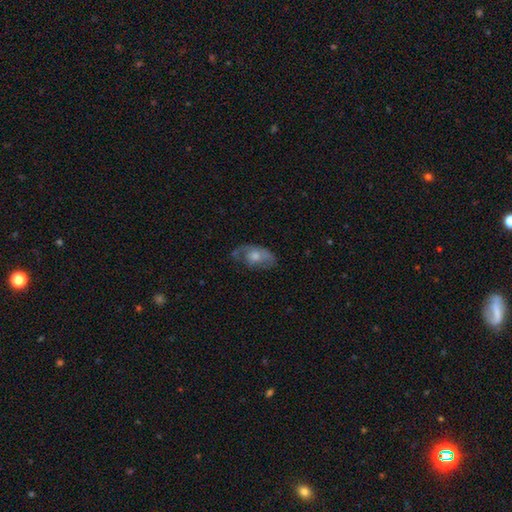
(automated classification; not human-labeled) This appears to be a featured or disk galaxy (48%). Merging: none (44%).